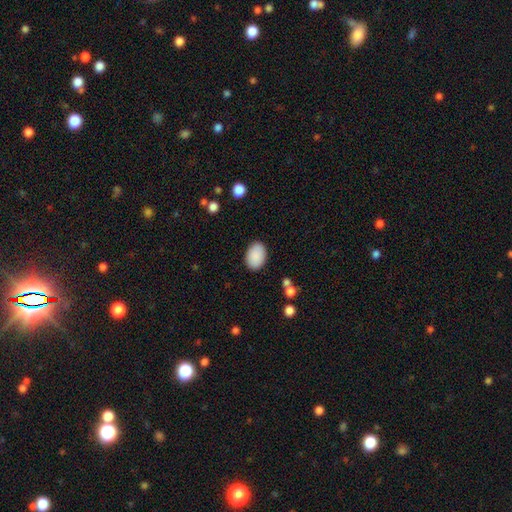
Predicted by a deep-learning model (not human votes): smooth-or-featured: smooth: 90% | star or artifact: 6% | featured or disk: 4%
  how-rounded: in between: 86% | round: 13% | cigar-shaped: 1%
  merging: none: 88% | minor disturbance: 8% | major disturbance: 2% | merger: 1%